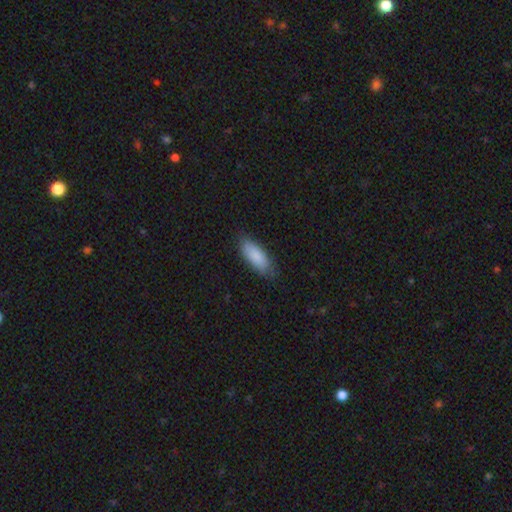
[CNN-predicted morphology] A smooth galaxy with no disk features (88%) that is in between round and cigar-shaped (75%).

Vote fractions:
- Smooth or featured? smooth: 88% / featured or disk: 7% / star or artifact: 6%
- How rounded? in between: 75% / cigar-shaped: 24% / round: 2%
- Merging? none: 79% / minor disturbance: 17% / major disturbance: 3% / merger: 1%